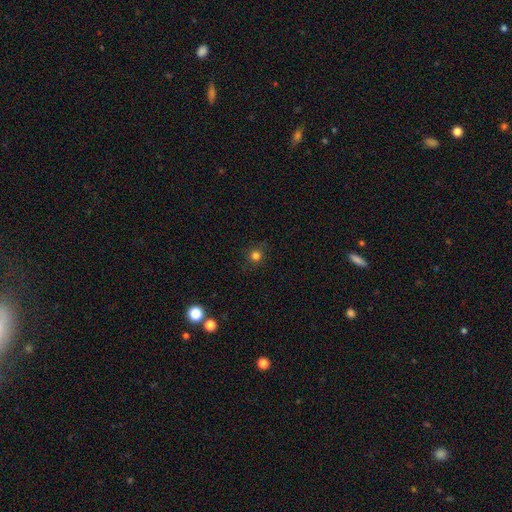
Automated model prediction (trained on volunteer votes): Smooth or featured?
  - smooth: 78% *
  - star or artifact: 17%
  - featured or disk: 6%
How rounded?
  - round: 91% *
  - in between: 8%
  - cigar-shaped: 1%
Merging?
  - none: 85% *
  - minor disturbance: 10%
  - major disturbance: 3%
  - merger: 1%